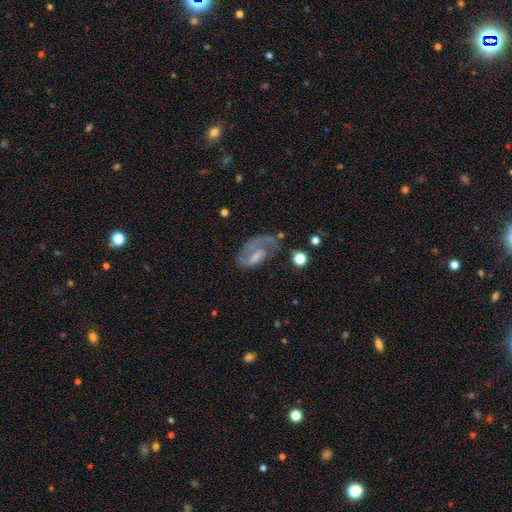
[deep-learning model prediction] Smooth or featured: featured or disk — 68% (smooth — 22%)
Edge-on disk: no — 94% (yes — 6%)
Bar: no — 45% (weak — 40%)
Spiral arms: yes — 81% (no — 19%)
Spiral winding: tight — 42% (medium — 37%)
Spiral arm count: 1 — 64% (2 — 19%)
Bulge size: none — 33% (small — 29%)
Merging: none — 47% (major disturbance — 28%)